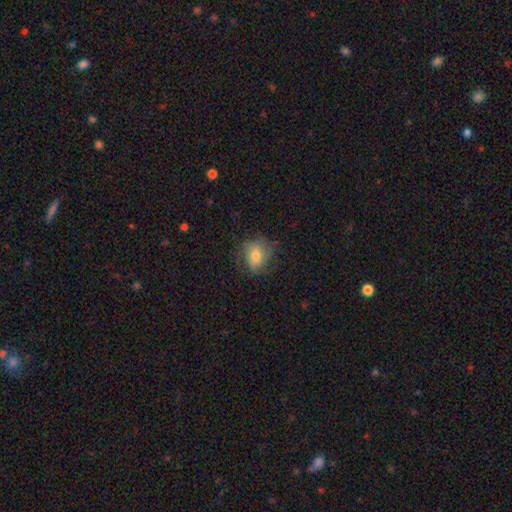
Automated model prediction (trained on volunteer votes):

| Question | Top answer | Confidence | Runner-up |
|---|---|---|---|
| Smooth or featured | smooth | 65% | featured or disk (26%) |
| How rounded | round | 59% | in between (40%) |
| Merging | none | 67% | minor disturbance (21%) |